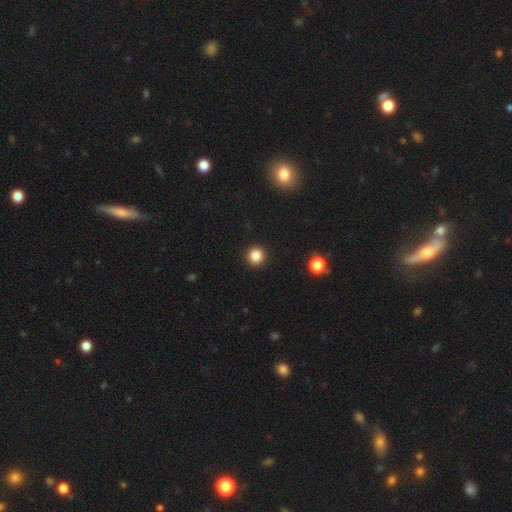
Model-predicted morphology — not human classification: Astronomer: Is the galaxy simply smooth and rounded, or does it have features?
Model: smooth — 84%.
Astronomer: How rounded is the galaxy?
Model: round — 92%.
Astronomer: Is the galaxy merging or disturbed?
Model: none — 92%.